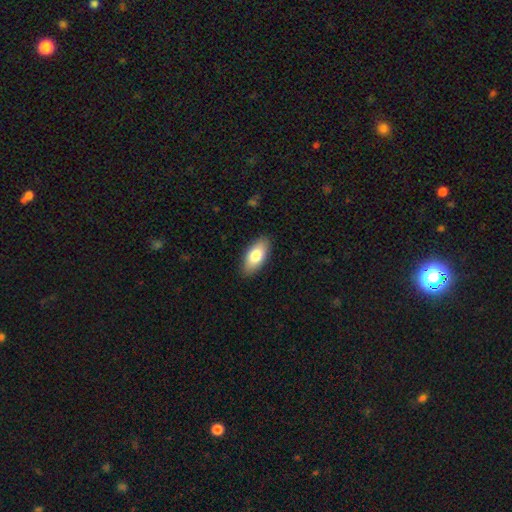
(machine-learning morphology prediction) Smooth or featured?
  - smooth: 78% *
  - featured or disk: 15%
  - star or artifact: 6%
How rounded?
  - in between: 91% *
  - cigar-shaped: 7%
  - round: 3%
Merging?
  - none: 88% *
  - minor disturbance: 9%
  - major disturbance: 2%
  - merger: 1%